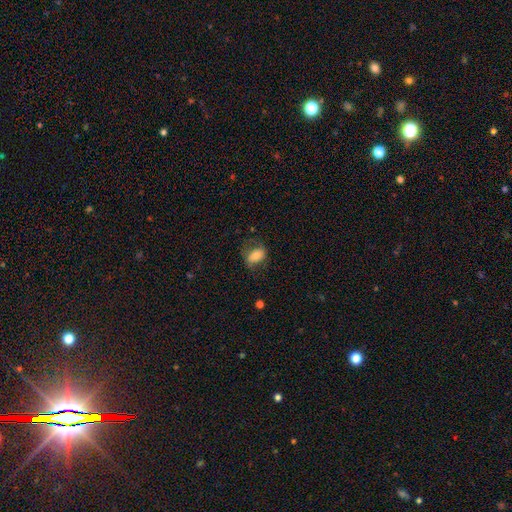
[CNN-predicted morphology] This appears to be a smooth galaxy with no disk features (75%) that is in between round and cigar-shaped (83%). Merging: none (55%).